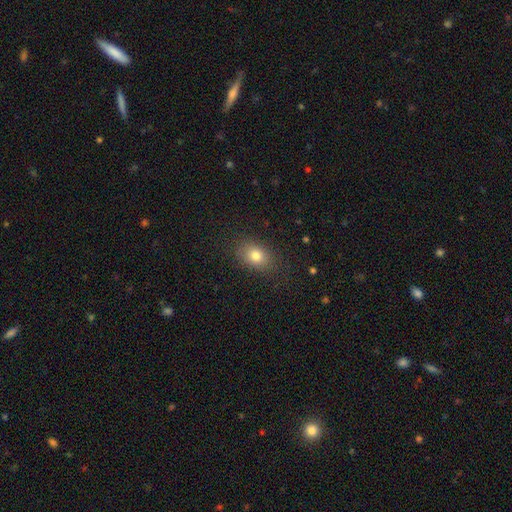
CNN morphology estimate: Smooth or featured?
  - smooth: 80% *
  - star or artifact: 11%
  - featured or disk: 9%
How rounded?
  - in between: 70% *
  - round: 28%
  - cigar-shaped: 1%
Merging?
  - none: 83% *
  - minor disturbance: 12%
  - major disturbance: 4%
  - merger: 1%